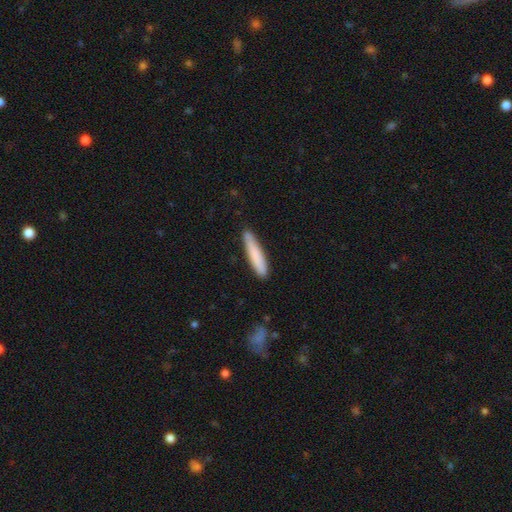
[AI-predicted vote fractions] This is likely a smooth galaxy (80%). How rounded: clearly cigar-shaped (90%). Merging: clearly none (82%).